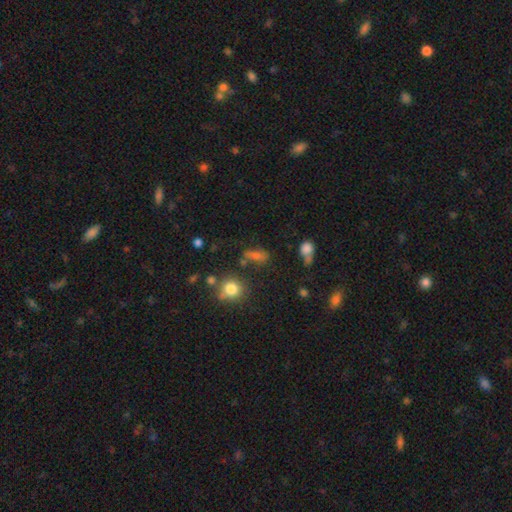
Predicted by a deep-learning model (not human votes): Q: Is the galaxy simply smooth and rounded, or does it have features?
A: smooth — 58%.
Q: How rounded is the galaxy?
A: in between — 55%.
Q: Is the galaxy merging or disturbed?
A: none — 61%.